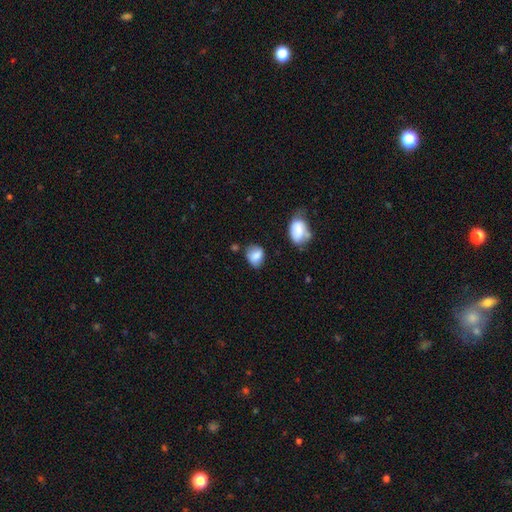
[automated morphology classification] A smooth galaxy with no disk features (82%) that is in between round and cigar-shaped (60%). Merging: none (59%).